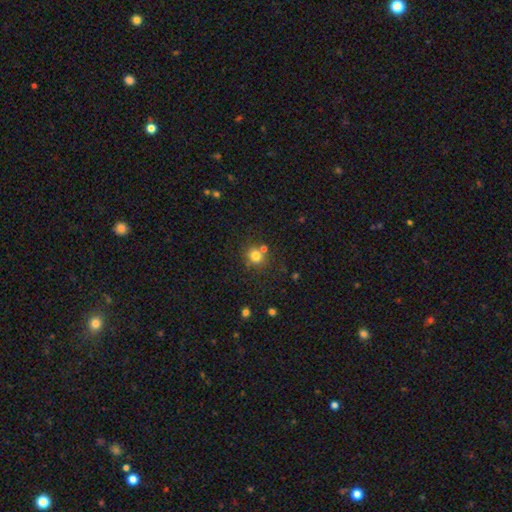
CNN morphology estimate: smooth_or_featured: smooth (p=0.77) [alt: star or artifact p=0.15]
how_rounded: round (p=0.81) [alt: in between p=0.18]
merging: none (p=0.67) [alt: merger p=0.18]